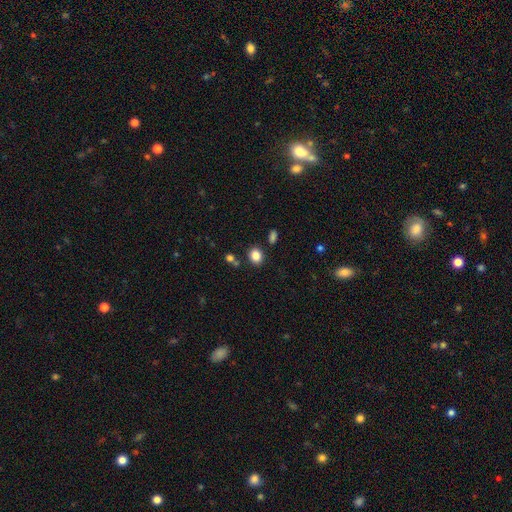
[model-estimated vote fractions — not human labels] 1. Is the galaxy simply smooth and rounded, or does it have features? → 84% smooth, 11% star or artifact, 5% featured or disk.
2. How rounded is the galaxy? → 66% round, 34% in between, 1% cigar-shaped.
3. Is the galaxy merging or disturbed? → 82% none, 9% minor disturbance, 6% merger, 3% major disturbance.